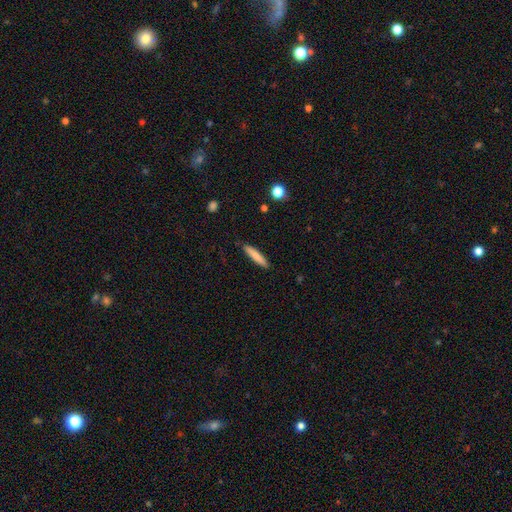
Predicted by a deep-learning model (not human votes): This appears to be a smooth galaxy with no disk features (80%) that is cigar-shaped (91%). Merging: none (89%).